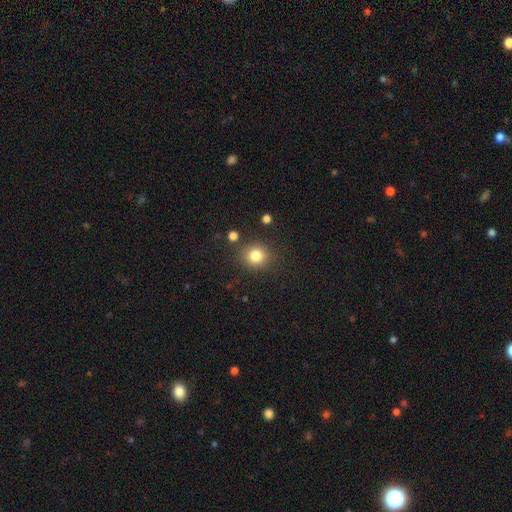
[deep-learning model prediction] This appears to be a smooth galaxy with no disk features (82%) that is round (83%). Merging: none (83%).